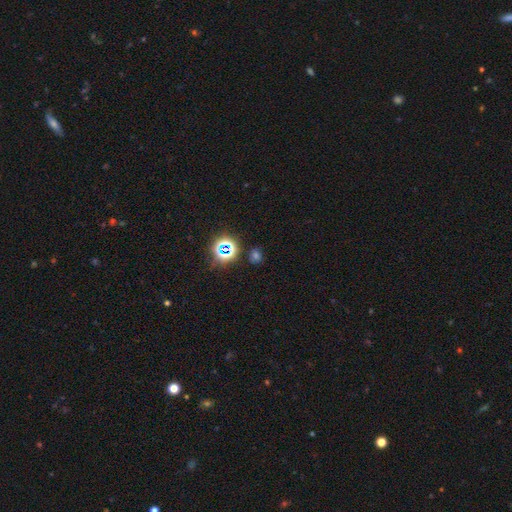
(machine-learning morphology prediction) A star or artifact, not a galaxy (52%).

Vote fractions:
- Smooth or featured? star or artifact: 52% / smooth: 41% / featured or disk: 7%